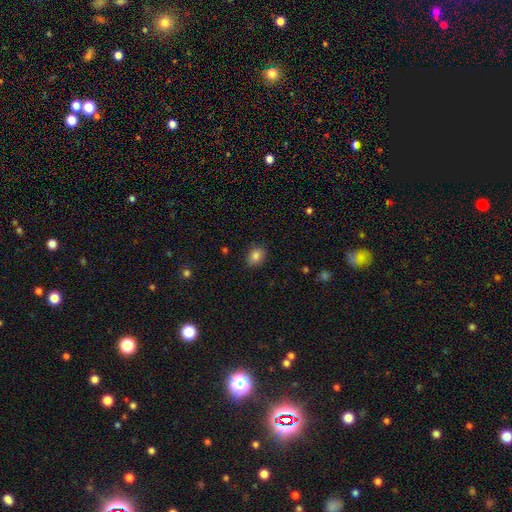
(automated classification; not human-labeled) Overall: smooth (85%). How rounded: in between (60%; round 39%). Merging: none (85%).